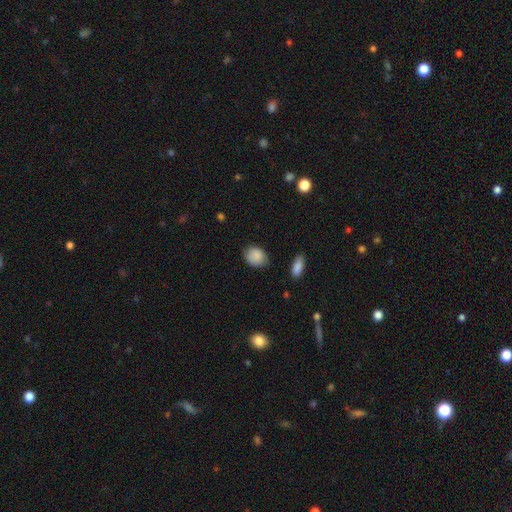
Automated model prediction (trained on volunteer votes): smooth 87%, star or artifact 7%, featured or disk 5%. Down the decision tree: how rounded — in between (54%); merging — none (76%).